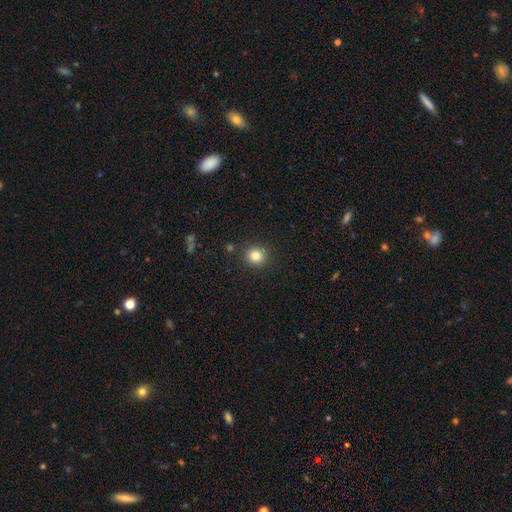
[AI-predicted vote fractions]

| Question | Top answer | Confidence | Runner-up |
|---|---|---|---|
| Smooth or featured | smooth | 82% | star or artifact (12%) |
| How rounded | round | 89% | in between (10%) |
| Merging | none | 89% | minor disturbance (7%) |